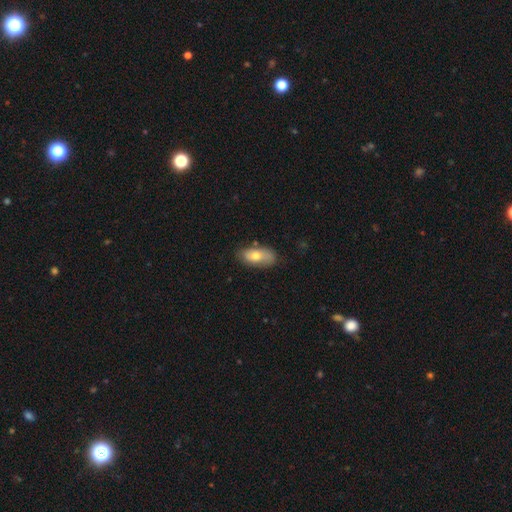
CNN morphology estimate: This is likely a smooth galaxy (70%). How rounded: clearly in between (89%). Merging: likely none (72%).